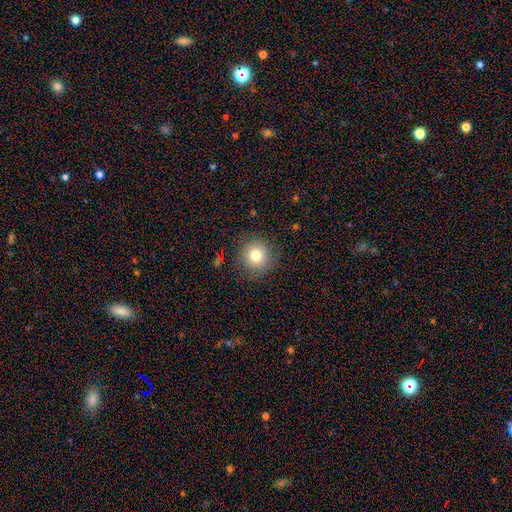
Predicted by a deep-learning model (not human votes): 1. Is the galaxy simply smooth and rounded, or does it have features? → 78% smooth, 12% star or artifact, 10% featured or disk.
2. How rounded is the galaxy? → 92% round, 7% in between, 1% cigar-shaped.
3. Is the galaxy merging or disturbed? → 86% none, 9% minor disturbance, 3% major disturbance, 1% merger.